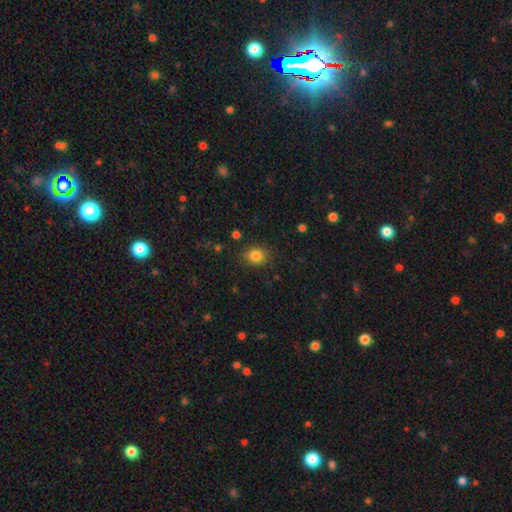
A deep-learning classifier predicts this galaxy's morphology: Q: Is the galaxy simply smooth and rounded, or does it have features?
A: smooth — 83%.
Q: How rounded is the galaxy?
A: round — 68%.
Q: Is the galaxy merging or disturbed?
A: none — 85%.